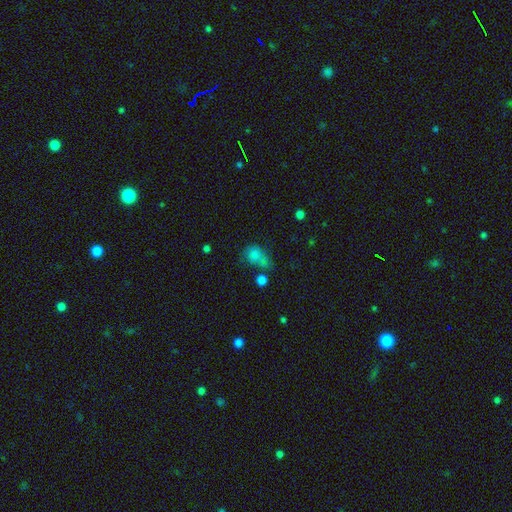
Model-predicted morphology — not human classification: Smooth or featured? smooth (77%)
How rounded? round (61%)
Merging? none (35%)